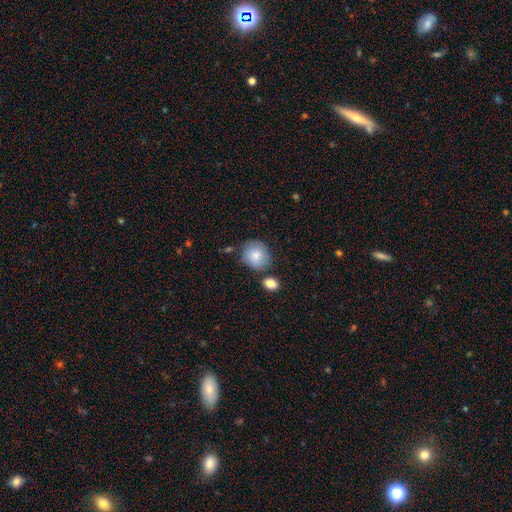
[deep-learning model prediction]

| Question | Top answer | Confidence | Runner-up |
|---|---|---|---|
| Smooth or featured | smooth | 81% | featured or disk (12%) |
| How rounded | round | 80% | in between (19%) |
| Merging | none | 71% | minor disturbance (16%) |